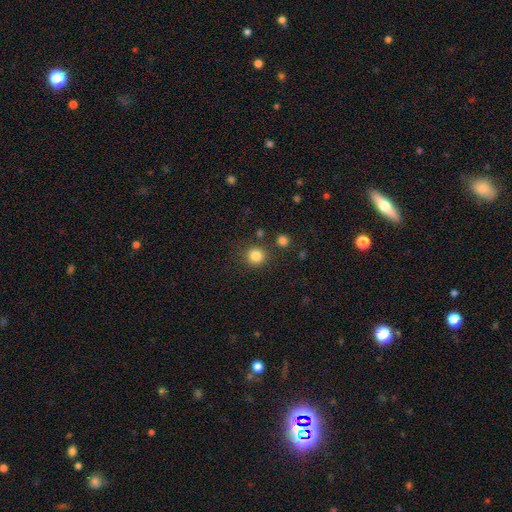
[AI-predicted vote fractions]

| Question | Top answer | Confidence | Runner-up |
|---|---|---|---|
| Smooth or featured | smooth | 84% | star or artifact (11%) |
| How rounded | round | 92% | in between (7%) |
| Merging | none | 85% | minor disturbance (8%) |